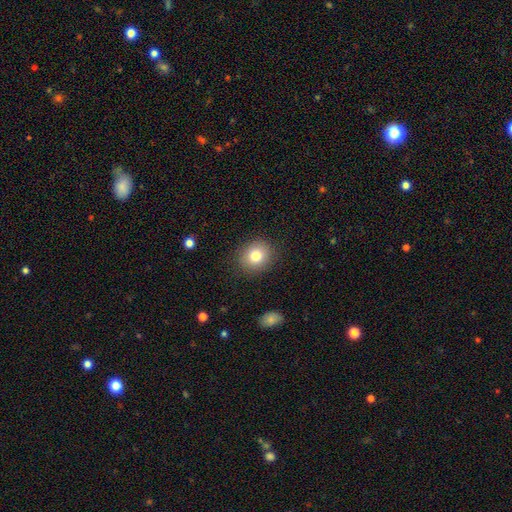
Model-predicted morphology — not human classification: A smooth galaxy with no disk features (80%) that is round (77%).

Vote fractions:
- Smooth or featured? smooth: 80% / star or artifact: 10% / featured or disk: 10%
- How rounded? round: 77% / in between: 22% / cigar-shaped: 1%
- Merging? none: 88% / minor disturbance: 8% / major disturbance: 3% / merger: 1%